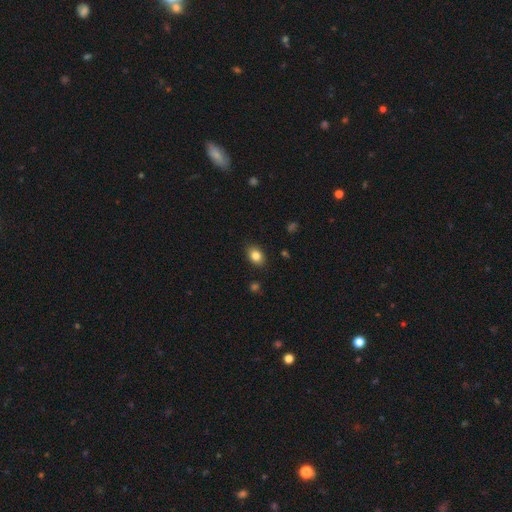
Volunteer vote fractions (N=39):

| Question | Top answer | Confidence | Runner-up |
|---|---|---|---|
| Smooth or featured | smooth | 92% | star or artifact (5%) |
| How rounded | in between | 72% | round (28%) |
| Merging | none | 92% | minor disturbance (5%) |